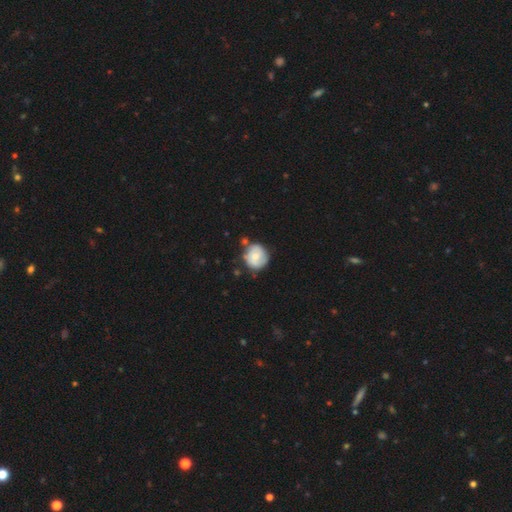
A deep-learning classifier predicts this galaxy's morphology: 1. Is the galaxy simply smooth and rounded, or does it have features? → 66% smooth, 26% featured or disk, 7% star or artifact.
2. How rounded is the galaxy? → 85% round, 14% in between, 1% cigar-shaped.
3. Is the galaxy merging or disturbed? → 62% none, 23% minor disturbance, 10% merger, 5% major disturbance.